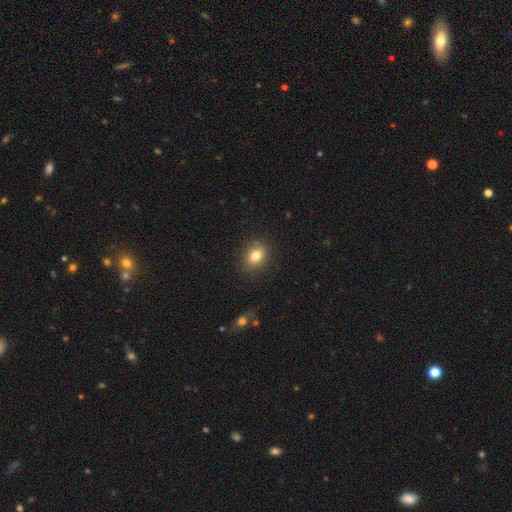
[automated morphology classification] smooth_or_featured: smooth (p=0.81) [alt: star or artifact p=0.11]
how_rounded: in between (p=0.60) [alt: round p=0.39]
merging: none (p=0.87) [alt: minor disturbance p=0.09]